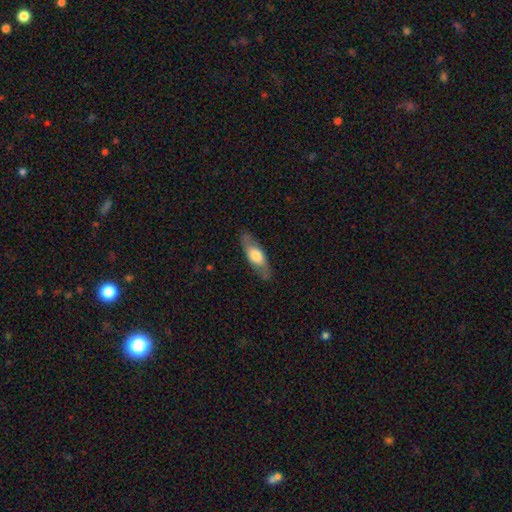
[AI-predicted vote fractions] smooth-or-featured: smooth: 50% | featured or disk: 44% | star or artifact: 6%
  how-rounded: in between: 61% | cigar-shaped: 35% | round: 4%
  merging: none: 83% | minor disturbance: 12% | major disturbance: 4% | merger: 1%